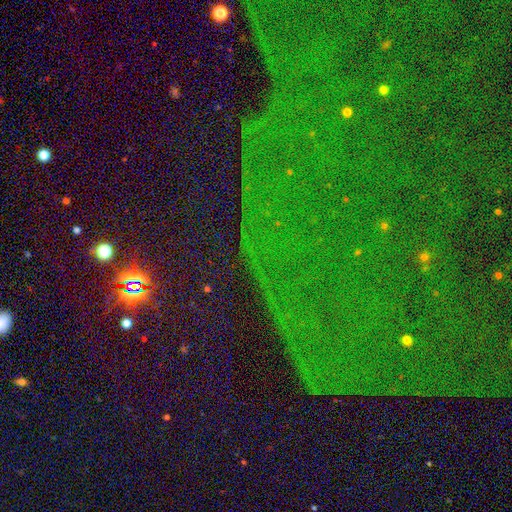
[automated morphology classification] star or artifact 86%, smooth 7%, featured or disk 7%.